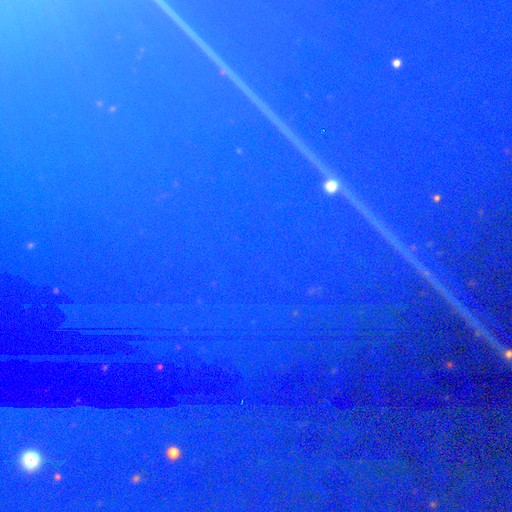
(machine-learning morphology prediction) A star or artifact, not a galaxy (83%).

Vote fractions:
- Smooth or featured? star or artifact: 83% / featured or disk: 9% / smooth: 9%